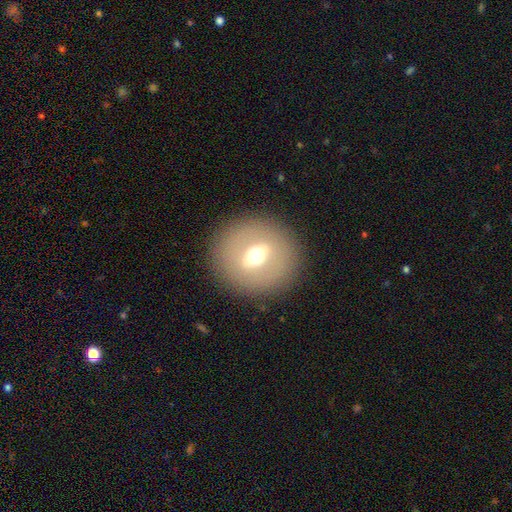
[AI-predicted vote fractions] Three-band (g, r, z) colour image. It shows a featured or disk galaxy (53%). Merging: none (88%).